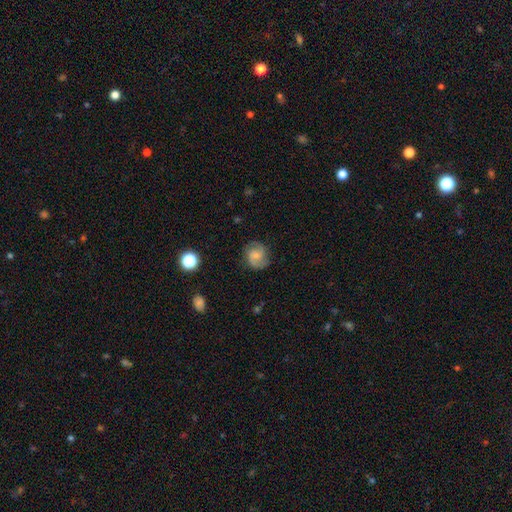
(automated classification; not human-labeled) This is likely a featured or disk galaxy (69%). It is clearly not viewed edge-on (98%). Bar: possibly no (54%). Spiral arm pattern: clearly yes (94%). Spiral arm count: clearly 2 (85%). Spiral winding: possibly medium (50%). Central bulge: possibly small (54%). Merging: likely none (79%).